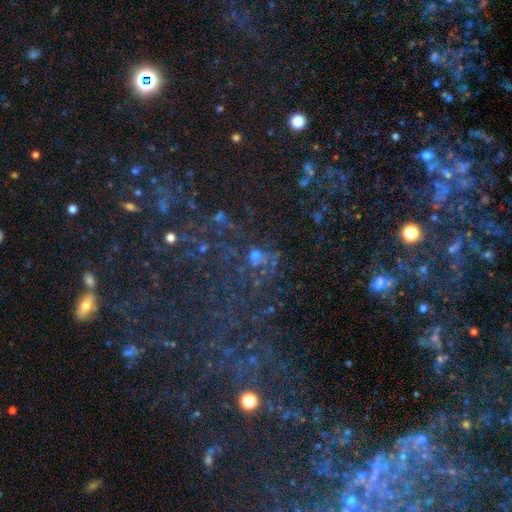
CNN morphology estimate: Smooth or featured? star or artifact (45%)